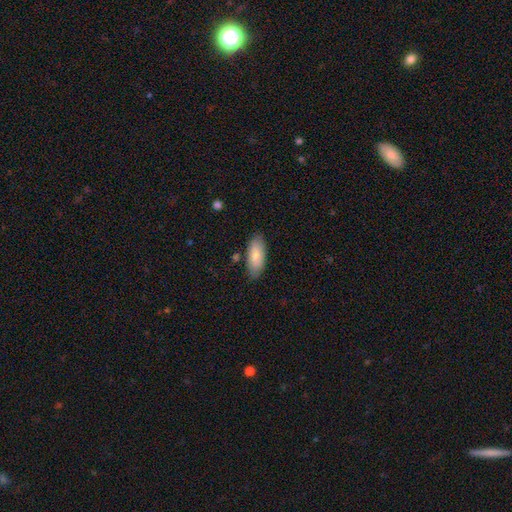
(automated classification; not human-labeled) This is clearly a smooth galaxy (82%). How rounded: clearly in between (85%). Merging: likely none (80%).